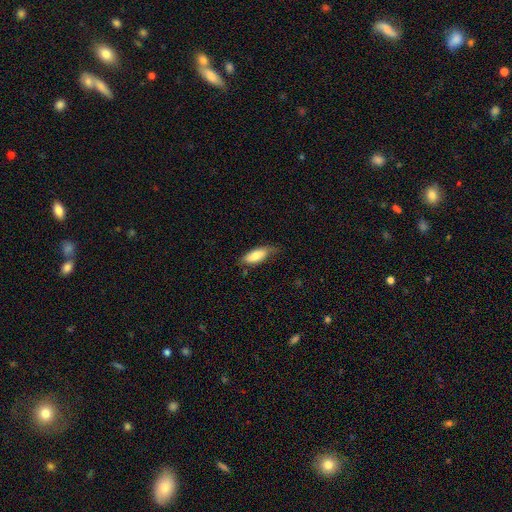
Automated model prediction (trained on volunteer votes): smooth-or-featured: smooth: 77% | featured or disk: 17% | star or artifact: 6%
  how-rounded: in between: 77% | cigar-shaped: 21% | round: 2%
  merging: none: 61% | minor disturbance: 31% | major disturbance: 7% | merger: 2%